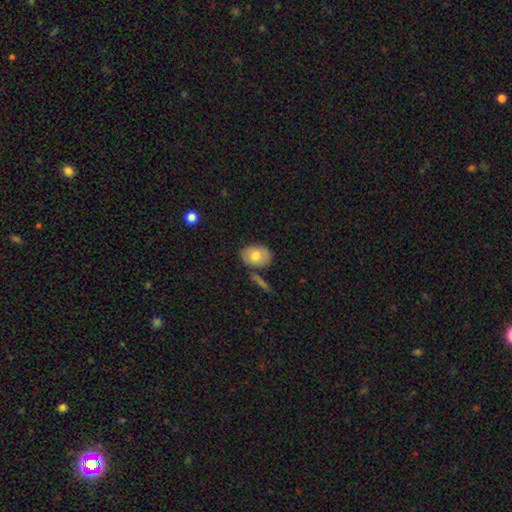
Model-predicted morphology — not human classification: The model was most divided on "smooth or featured": smooth: 73%, featured or disk: 20%, star or artifact: 7%. More confident: how rounded — in between (78%); merging — none (72%).